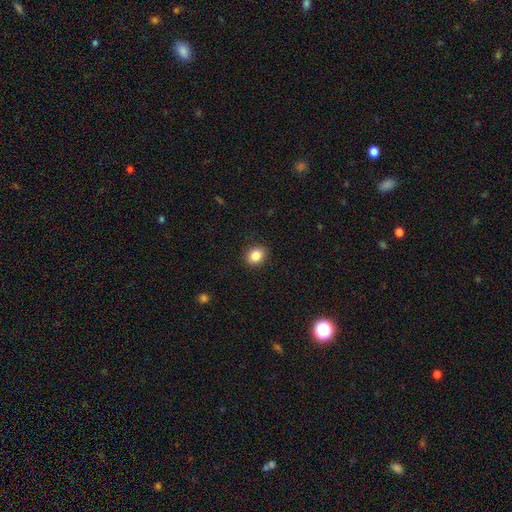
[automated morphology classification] Smooth or featured? Predicted: smooth (p=0.85). How rounded? Predicted: round (p=0.58). Merging? Predicted: none (p=0.87).